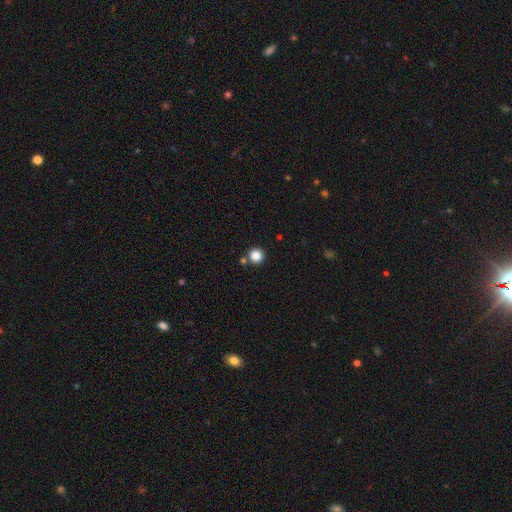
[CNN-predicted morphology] Smooth or featured: smooth — 85% (star or artifact — 11%)
How rounded: round — 95% (in between — 4%)
Merging: none — 83% (merger — 8%)